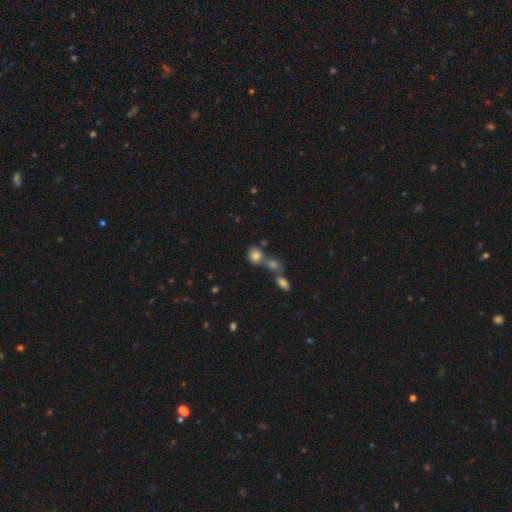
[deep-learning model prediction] Smooth or featured: smooth — 78% (star or artifact — 12%)
How rounded: round — 59% (in between — 39%)
Merging: merger — 47% (none — 39%)